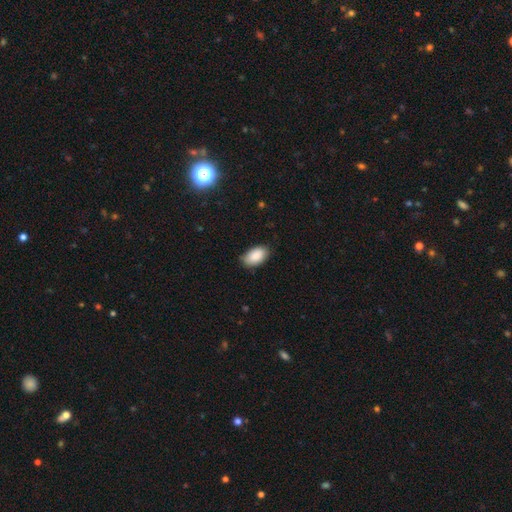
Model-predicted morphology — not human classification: A smooth galaxy with no disk features (89%) that is in between round and cigar-shaped (94%).

Vote fractions:
- Smooth or featured? smooth: 89% / star or artifact: 6% / featured or disk: 4%
- How rounded? in between: 94% / round: 4% / cigar-shaped: 2%
- Merging? none: 80% / minor disturbance: 16% / major disturbance: 2% / merger: 1%